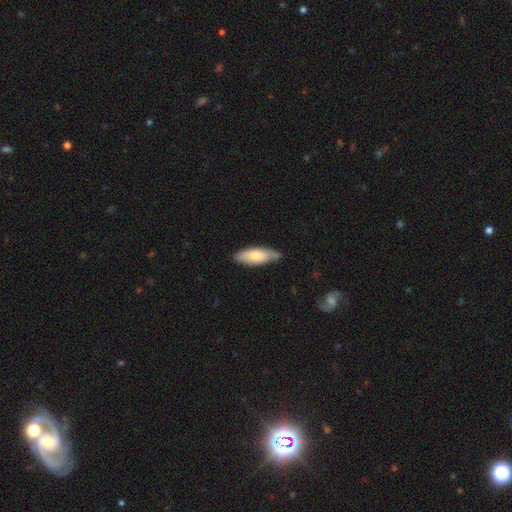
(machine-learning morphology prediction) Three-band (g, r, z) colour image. It shows a smooth galaxy with no disk features (74%) that is in between round and cigar-shaped (67%). Merging: none (74%).